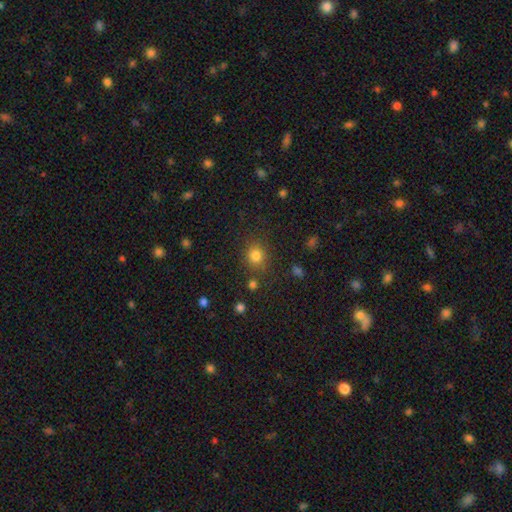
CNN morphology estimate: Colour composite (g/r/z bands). It shows a smooth galaxy with no disk features (80%) that is round (82%). Merging: none (80%).